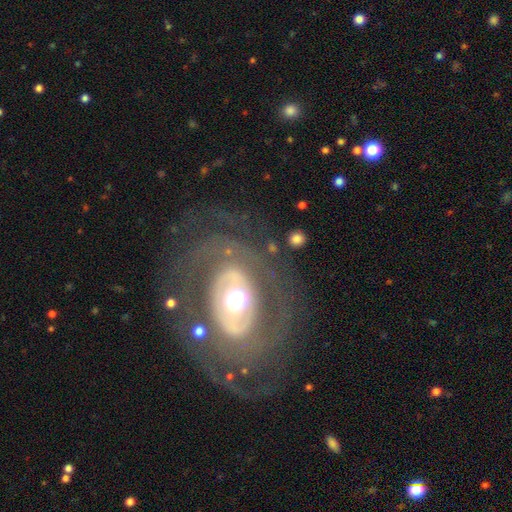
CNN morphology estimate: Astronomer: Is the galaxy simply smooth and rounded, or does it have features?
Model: featured or disk — 82%.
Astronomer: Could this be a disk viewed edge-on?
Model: no — 95%.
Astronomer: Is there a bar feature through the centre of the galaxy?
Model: no — 59%.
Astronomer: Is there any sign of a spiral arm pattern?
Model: yes — 74%.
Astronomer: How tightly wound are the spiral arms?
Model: tight — 63%.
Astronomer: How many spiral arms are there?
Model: can't tell — 36% (runner-up: 2, 34%).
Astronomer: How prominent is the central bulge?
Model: moderate — 59%.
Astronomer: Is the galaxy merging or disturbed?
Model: none — 76%.